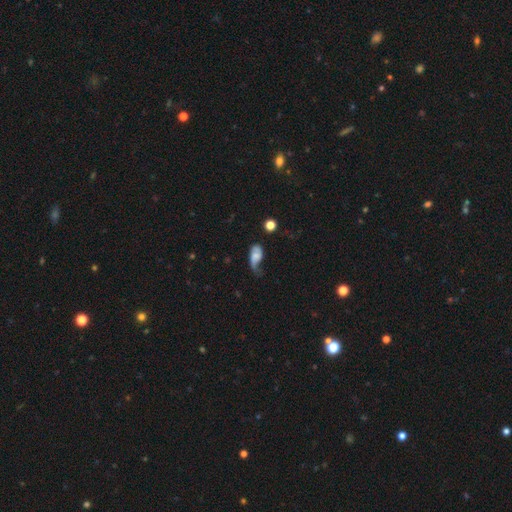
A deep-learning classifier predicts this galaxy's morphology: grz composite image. It shows a smooth galaxy with no disk features (47%). Merging: major disturbance (36%).